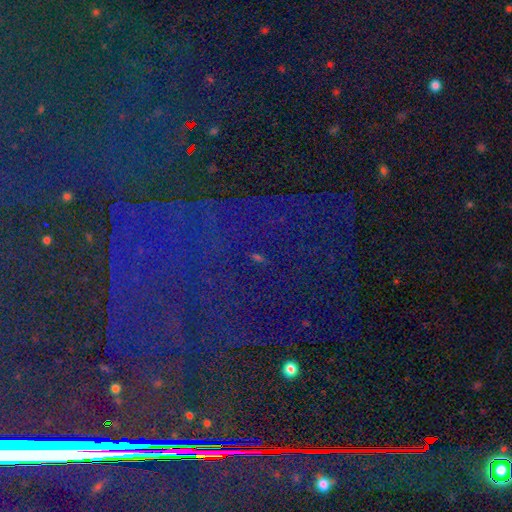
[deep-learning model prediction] The model was most divided on "smooth or featured": star or artifact: 88%, featured or disk: 6%, smooth: 6%.